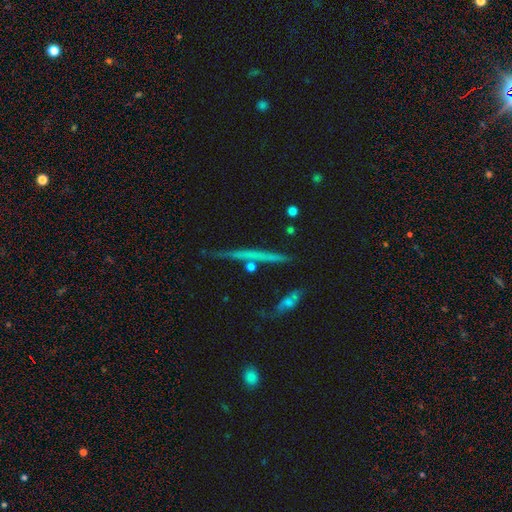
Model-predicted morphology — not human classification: Smooth or featured? Predicted: featured or disk (p=0.55). Edge-on disk? Predicted: yes (p=0.93). Edge-on bulge? Predicted: none (p=0.78). Merging? Predicted: none (p=0.78).